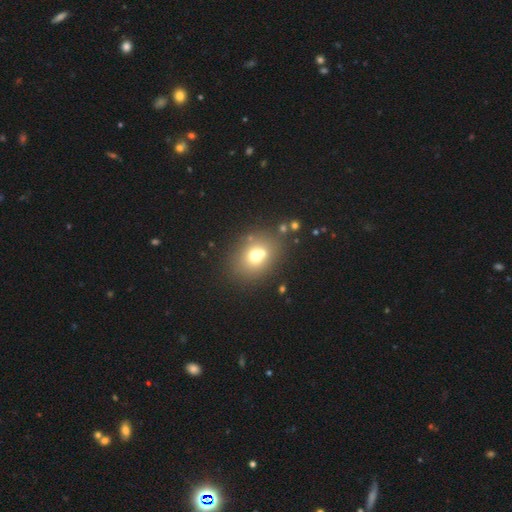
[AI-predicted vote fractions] The model was most divided on "how rounded": round: 60%, in between: 39%, cigar-shaped: 1%. More confident: smooth or featured — smooth (66%); merging — none (57%).